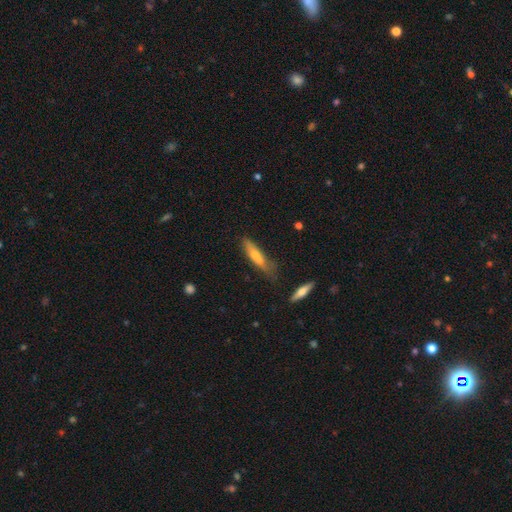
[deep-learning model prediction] This is possibly a smooth galaxy (57%). How rounded: clearly cigar-shaped (80%). Merging: likely none (61%).